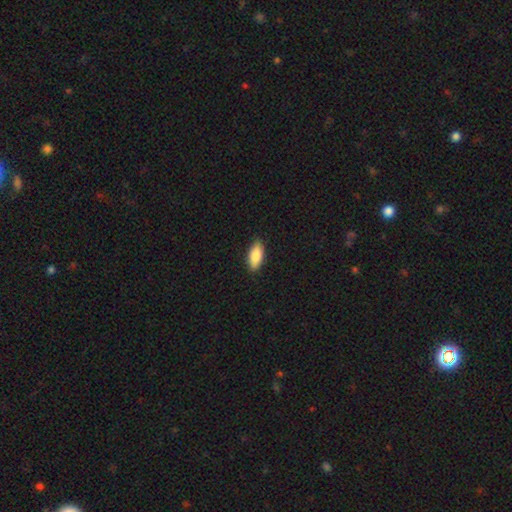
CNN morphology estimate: This appears to be a smooth galaxy with no disk features (85%) that is in between round and cigar-shaped (85%). Merging: none (89%).